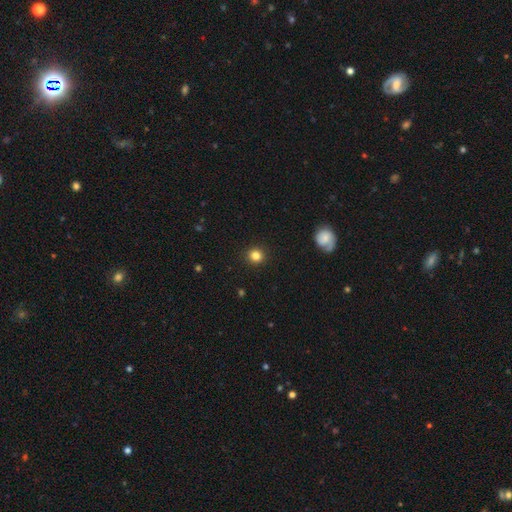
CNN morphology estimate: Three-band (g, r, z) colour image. It shows a smooth galaxy with no disk features (84%) that is round (91%). Merging: none (92%).